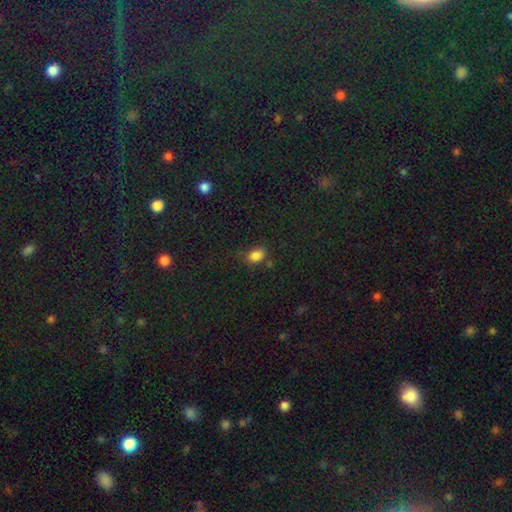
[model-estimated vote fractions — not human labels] The model was most divided on "merging": none: 65%, minor disturbance: 24%, major disturbance: 7%, merger: 4%. More confident: smooth or featured — smooth (83%); how rounded — in between (75%).